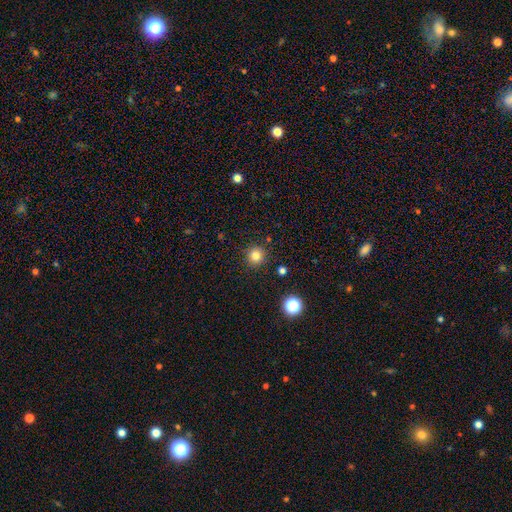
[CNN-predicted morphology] Smooth or featured? Predicted: smooth (p=0.81). How rounded? Predicted: round (p=0.95). Merging? Predicted: none (p=0.90).